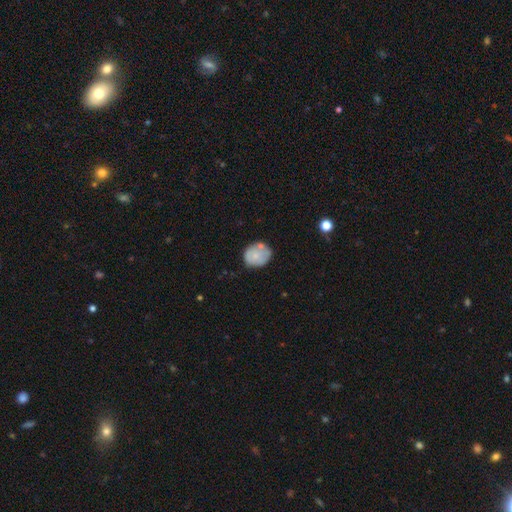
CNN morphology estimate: Smooth or featured? smooth (68%)
How rounded? round (56%)
Merging? none (58%)